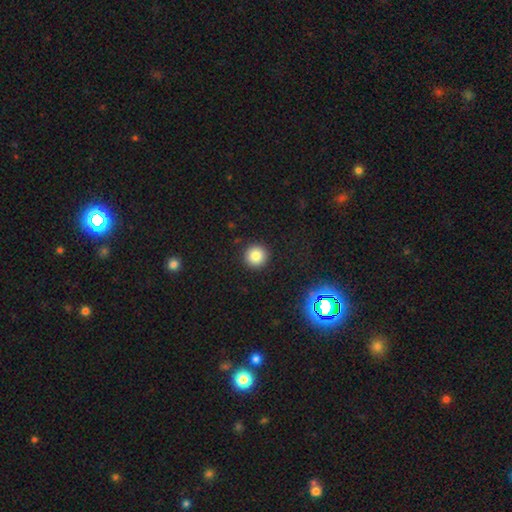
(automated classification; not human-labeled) This appears to be a smooth galaxy with no disk features (84%) that is round (95%). Merging: none (92%).